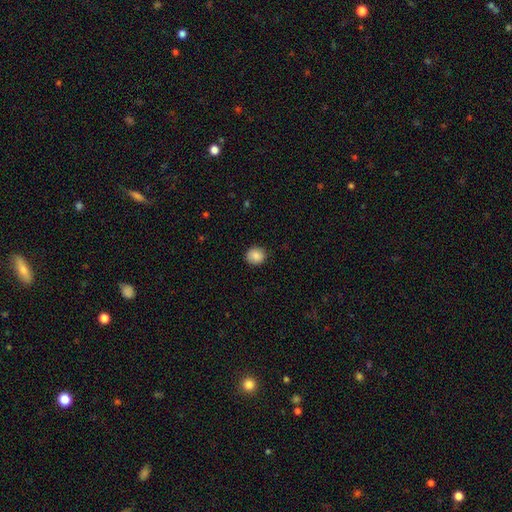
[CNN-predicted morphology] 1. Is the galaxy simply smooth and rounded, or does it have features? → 86% smooth, 8% star or artifact, 5% featured or disk.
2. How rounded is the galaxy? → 82% round, 17% in between, 1% cigar-shaped.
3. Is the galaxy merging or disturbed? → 88% none, 9% minor disturbance, 2% major disturbance, 1% merger.